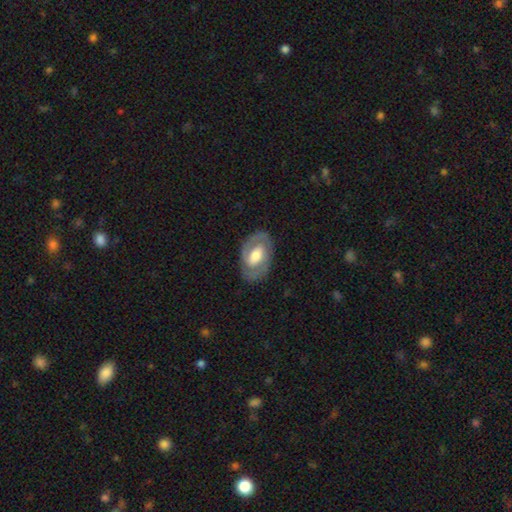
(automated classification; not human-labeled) This appears to be a featured or disk galaxy (72%) with a weak bar (41%), 2 (82%) tight (50%) spiral arms (76%) and a moderate central bulge (56%). Merging: none (82%).